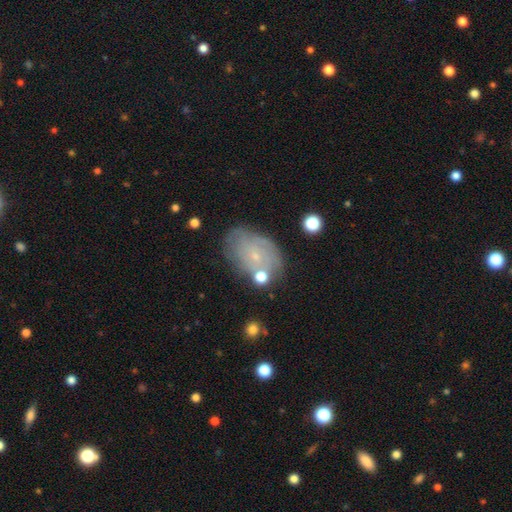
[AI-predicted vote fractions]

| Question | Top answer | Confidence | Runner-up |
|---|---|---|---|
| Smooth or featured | featured or disk | 51% | smooth (38%) |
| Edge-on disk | no | 96% | yes (4%) |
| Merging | none | 61% | minor disturbance (23%) |